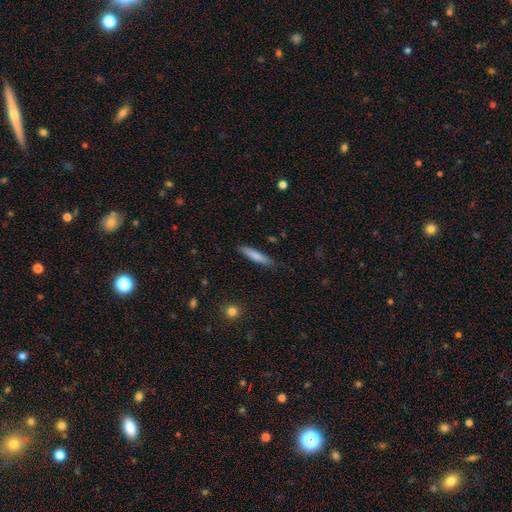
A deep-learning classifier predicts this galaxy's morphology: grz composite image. It shows a smooth galaxy with no disk features (78%) that is cigar-shaped (83%). Merging: none (82%).